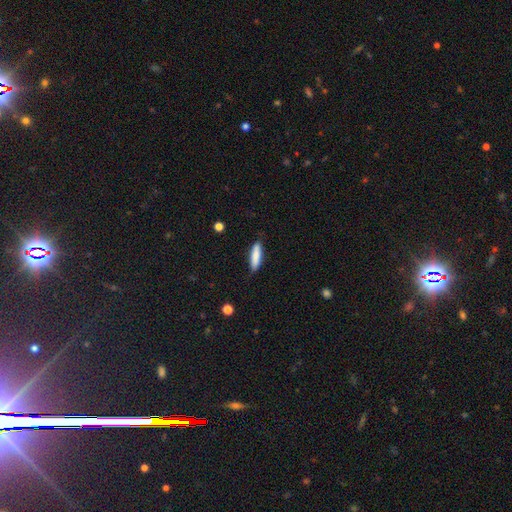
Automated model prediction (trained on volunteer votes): smooth_or_featured: smooth (p=0.84) [alt: featured or disk p=0.10]
how_rounded: cigar-shaped (p=0.70) [alt: in between p=0.29]
merging: none (p=0.83) [alt: minor disturbance p=0.13]